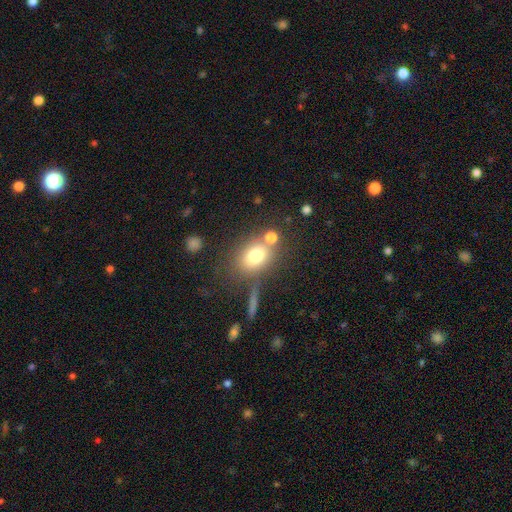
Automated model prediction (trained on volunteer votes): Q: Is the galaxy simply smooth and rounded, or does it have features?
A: smooth — 75%.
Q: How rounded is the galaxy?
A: in between — 60%.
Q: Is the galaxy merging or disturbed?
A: none — 58%.